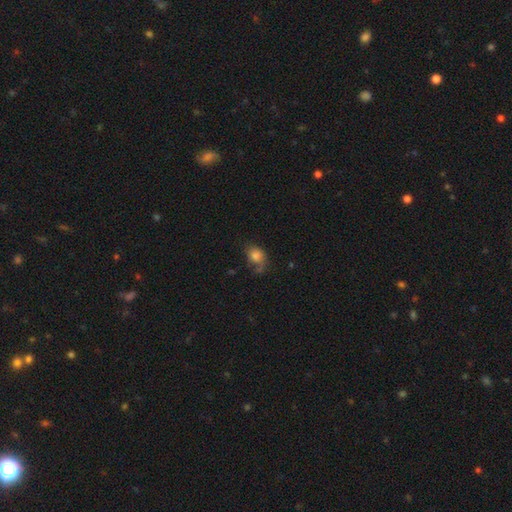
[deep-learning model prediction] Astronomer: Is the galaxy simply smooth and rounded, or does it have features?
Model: smooth — 77%.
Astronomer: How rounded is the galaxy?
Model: in between — 57% (runner-up: round, 42%).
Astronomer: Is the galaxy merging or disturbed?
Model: none — 44% (runner-up: minor disturbance, 29%).